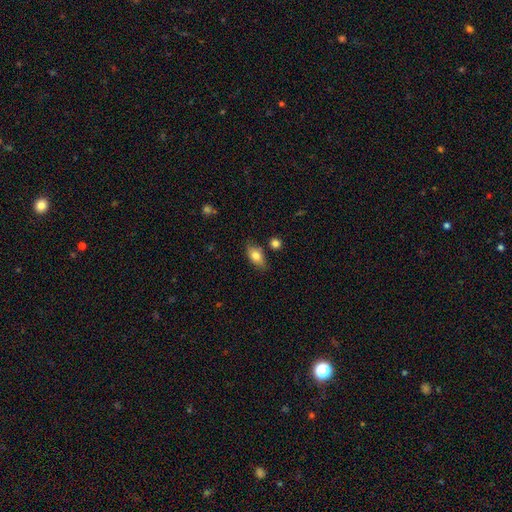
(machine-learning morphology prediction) Smooth or featured? smooth (79%)
How rounded? in between (86%)
Merging? none (77%)